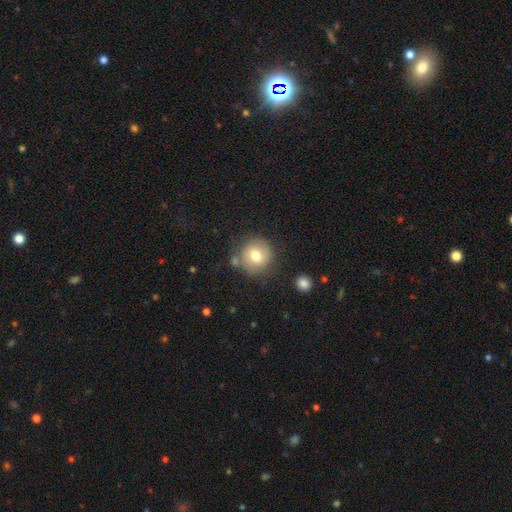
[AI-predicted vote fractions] smooth 73%, featured or disk 17%, star or artifact 9%. Down the decision tree: how rounded — round (91%); merging — none (74%).